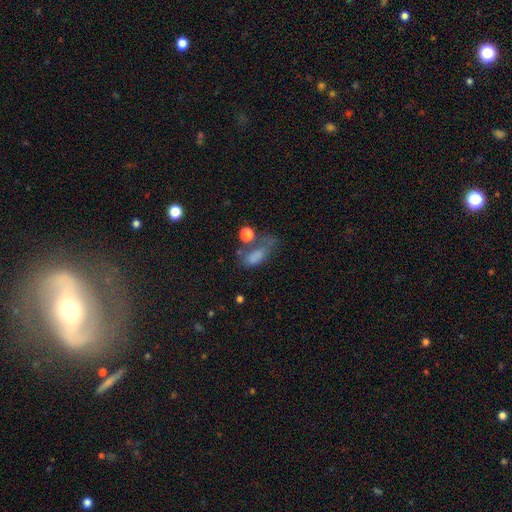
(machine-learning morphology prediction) type=smooth (71%); roundness=in between (80%); merging=major disturbance (36%).